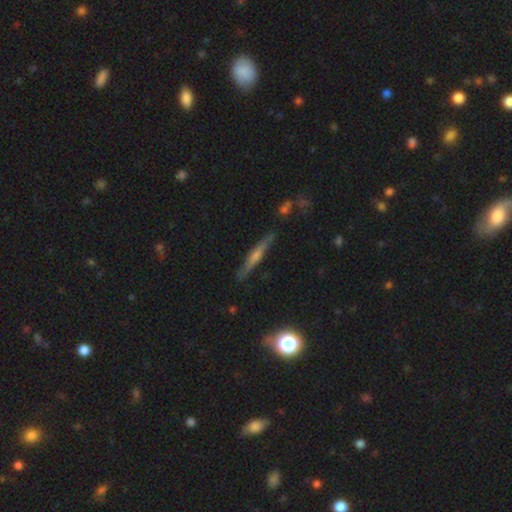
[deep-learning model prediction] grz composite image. It shows a featured or disk galaxy (68%) viewed edge-on (96%) with a rounded central bulge (77%). Merging: none (87%).